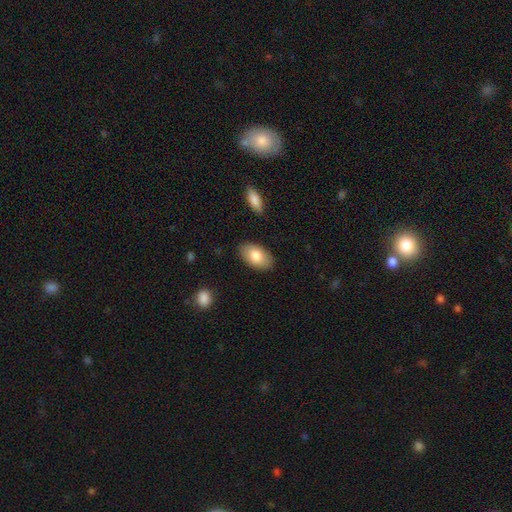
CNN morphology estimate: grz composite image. It shows a smooth galaxy with no disk features (81%) that is in between round and cigar-shaped (94%). Merging: none (86%).